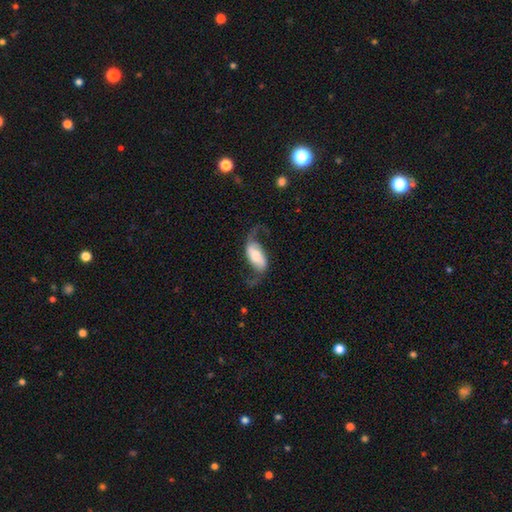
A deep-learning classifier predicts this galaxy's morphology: The model was most divided on "bar": weak: 36%, no: 34%, strong: 31%. Remaining: edge-on disk — no (94%); spiral arms — yes (92%); spiral arm count — 2 (89%); spiral winding — loose (81%); smooth or featured — featured or disk (71%); merging — none (55%); bulge size — moderate (43%).